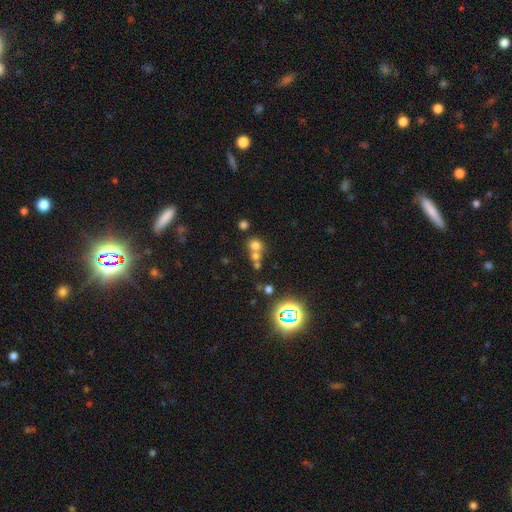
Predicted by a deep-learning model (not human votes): smooth 52%, star or artifact 35%, featured or disk 13%. Down the decision tree: how rounded — round (82%); merging — none (46%).